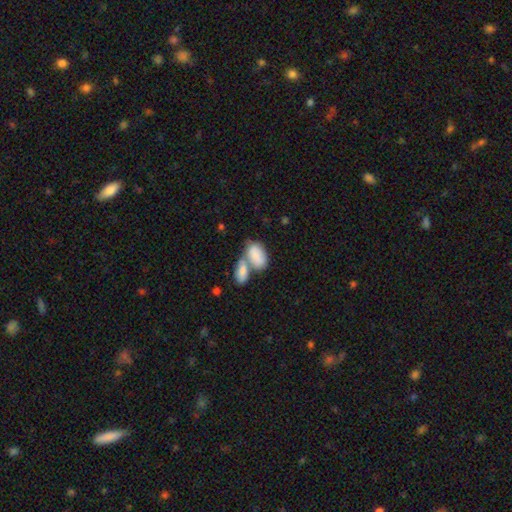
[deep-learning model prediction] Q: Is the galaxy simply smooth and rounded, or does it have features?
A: smooth — 80%.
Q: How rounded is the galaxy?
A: in between — 93%.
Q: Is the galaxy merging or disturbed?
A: merger — 63%.